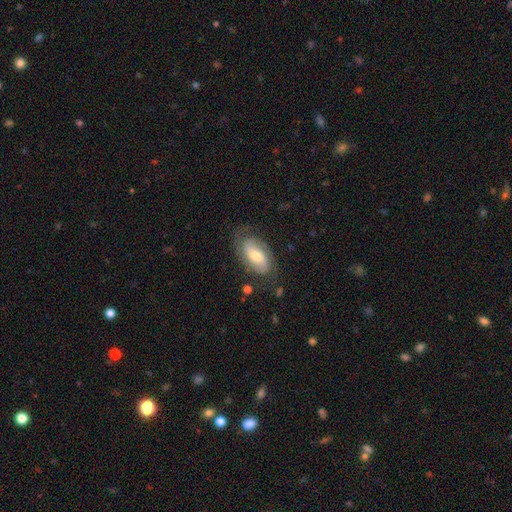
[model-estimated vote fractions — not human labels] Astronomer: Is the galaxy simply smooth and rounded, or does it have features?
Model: featured or disk — 55% (runner-up: smooth, 38%).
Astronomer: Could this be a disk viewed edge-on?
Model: no — 92%.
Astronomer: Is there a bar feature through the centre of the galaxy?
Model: no — 50% (runner-up: weak, 35%).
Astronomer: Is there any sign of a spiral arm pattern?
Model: yes — 81%.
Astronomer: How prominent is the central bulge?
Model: moderate — 60%.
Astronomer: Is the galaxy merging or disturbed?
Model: none — 69%.